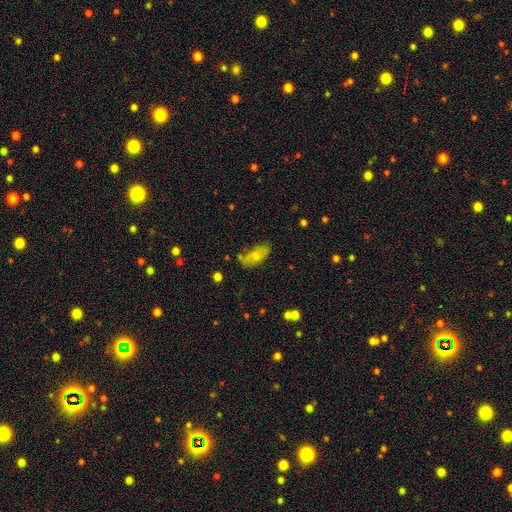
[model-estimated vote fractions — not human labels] Smooth or featured: smooth — 61% (featured or disk — 29%)
How rounded: in between — 84% (cigar-shaped — 11%)
Merging: none — 65% (minor disturbance — 24%)